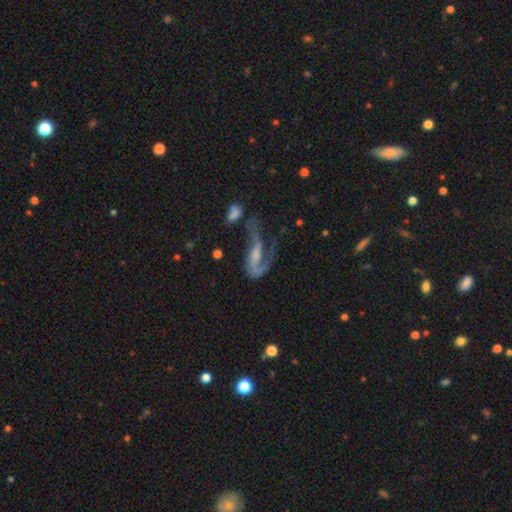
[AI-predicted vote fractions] smooth_or_featured: featured or disk (p=0.73) [alt: smooth p=0.17]
disk_edge_on: no (p=0.92) [alt: yes p=0.08]
bar: no (p=0.46) [alt: weak p=0.35]
has_spiral_arms: yes (p=0.83) [alt: no p=0.17]
spiral_winding: loose (p=0.58) [alt: medium p=0.31]
spiral_arm_count: 1 (p=0.48) [alt: 2 p=0.42]
bulge_size: small (p=0.40) [alt: moderate p=0.31]
merging: major disturbance (p=0.46) [alt: none p=0.24]